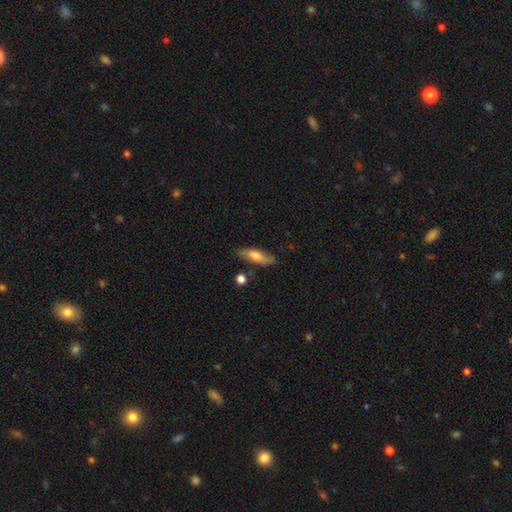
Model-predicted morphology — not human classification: smooth 63%, featured or disk 30%, star or artifact 7%. Down the decision tree: how rounded — in between (54%); merging — none (76%).